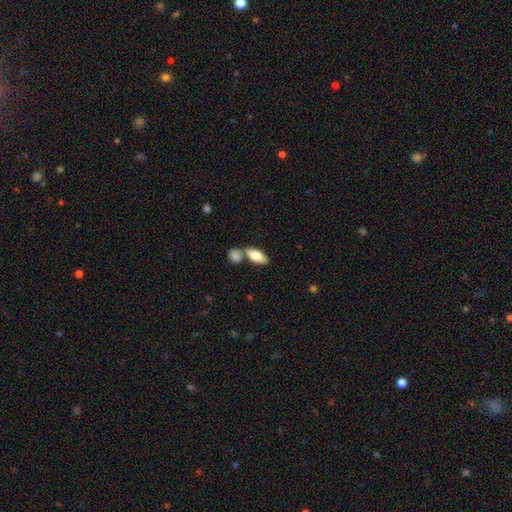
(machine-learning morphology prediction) Overall: smooth (76%). How rounded: in between (83%). Merging: none (56%; merger 30%).